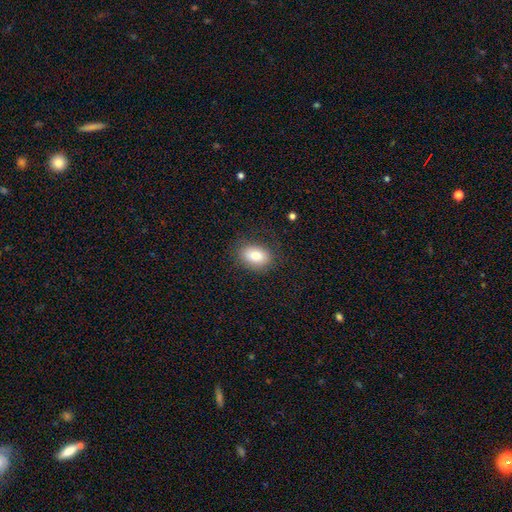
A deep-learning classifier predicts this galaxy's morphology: Q: Smooth or featured?
A: smooth (82%); runner-up: featured or disk (10%)
Q: How rounded?
A: in between (81%); runner-up: round (18%)
Q: Merging?
A: none (81%); runner-up: minor disturbance (13%)